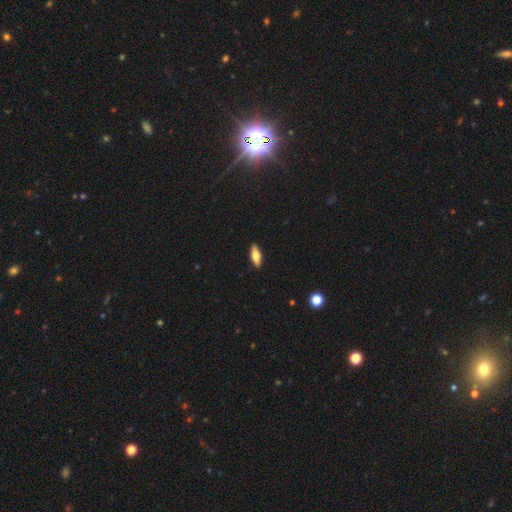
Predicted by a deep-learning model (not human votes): smooth-or-featured: smooth: 67% | featured or disk: 27% | star or artifact: 6%
  how-rounded: in between: 67% | cigar-shaped: 30% | round: 3%
  merging: none: 91% | minor disturbance: 7% | major disturbance: 1% | merger: 1%